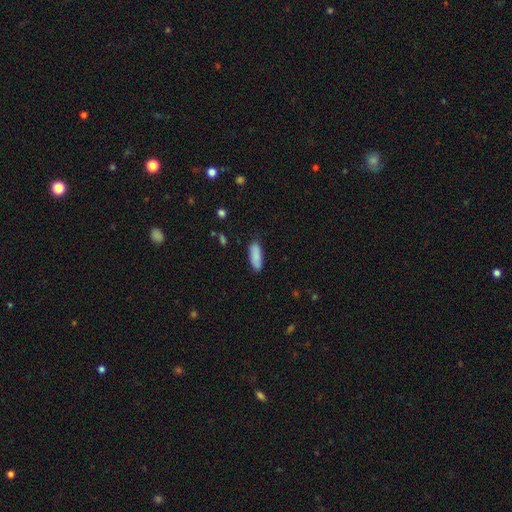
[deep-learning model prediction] Smooth or featured? Predicted: smooth (p=0.87). How rounded? Predicted: in between (p=0.66). Merging? Predicted: none (p=0.83).